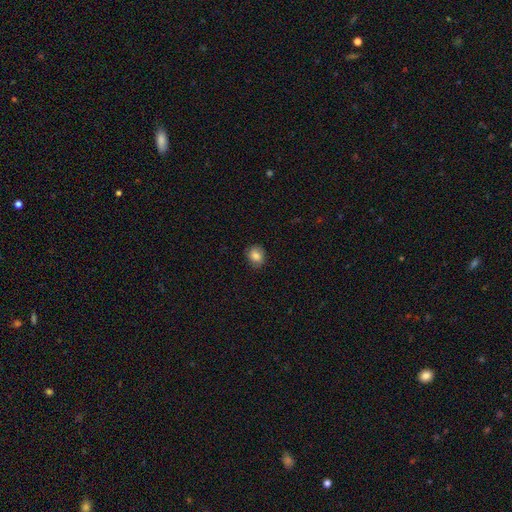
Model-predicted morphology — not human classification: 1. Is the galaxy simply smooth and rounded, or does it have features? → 83% smooth, 10% star or artifact, 7% featured or disk.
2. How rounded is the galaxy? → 70% round, 29% in between, 1% cigar-shaped.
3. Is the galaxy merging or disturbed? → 85% none, 12% minor disturbance, 2% major disturbance, 1% merger.